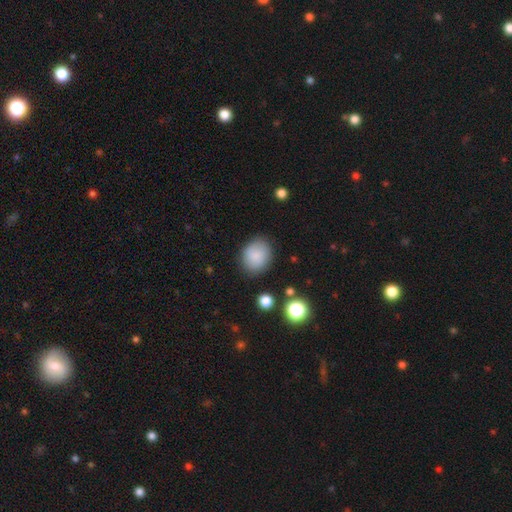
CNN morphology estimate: type=smooth (85%); roundness=round (57%); merging=none (82%).